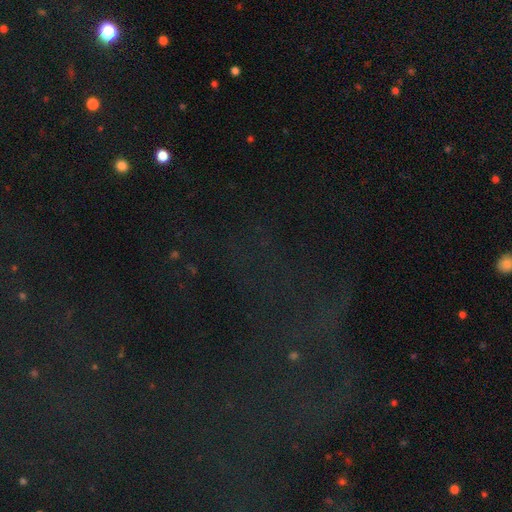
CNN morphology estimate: A star or artifact, not a galaxy (77%).

Vote fractions:
- Smooth or featured? star or artifact: 77% / smooth: 12% / featured or disk: 11%